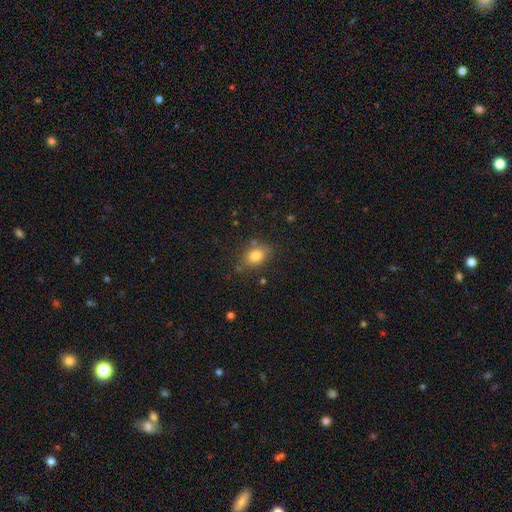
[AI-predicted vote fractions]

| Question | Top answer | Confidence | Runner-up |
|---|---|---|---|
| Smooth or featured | smooth | 80% | star or artifact (11%) |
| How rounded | in between | 63% | round (36%) |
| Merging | none | 77% | minor disturbance (15%) |